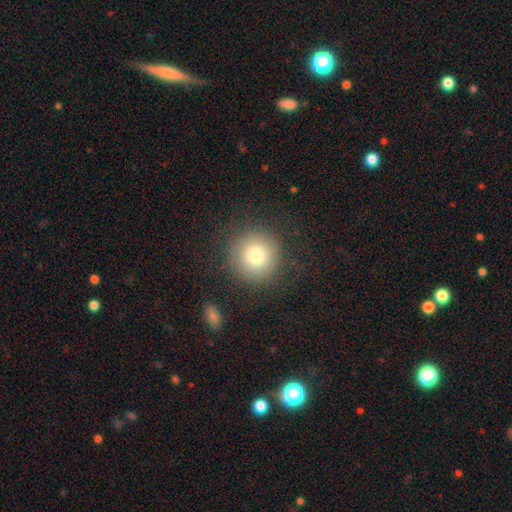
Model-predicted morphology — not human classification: The model was most divided on "smooth or featured": smooth: 78%, featured or disk: 11%, star or artifact: 11%. More confident: how rounded — round (94%); merging — none (85%).